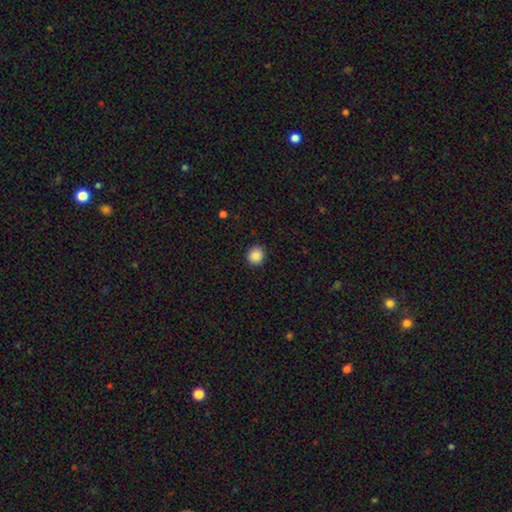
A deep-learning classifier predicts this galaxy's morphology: This is clearly a smooth galaxy (88%). How rounded: clearly round (90%). Merging: clearly none (91%).